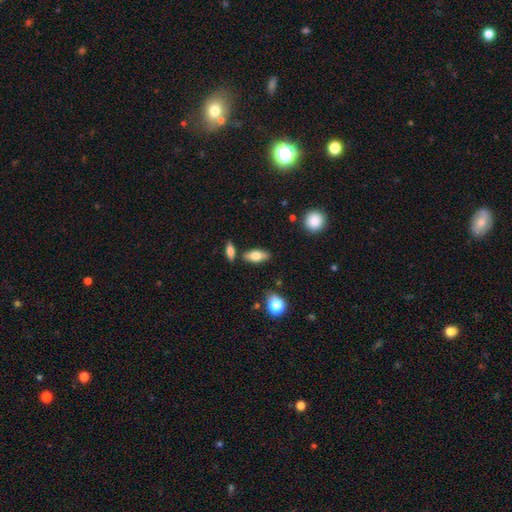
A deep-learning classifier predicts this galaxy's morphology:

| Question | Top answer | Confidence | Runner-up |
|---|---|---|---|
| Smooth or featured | smooth | 70% | featured or disk (23%) |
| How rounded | in between | 82% | cigar-shaped (14%) |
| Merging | none | 80% | minor disturbance (11%) |